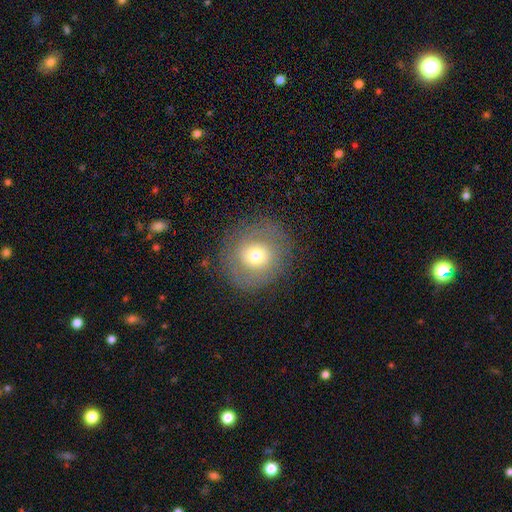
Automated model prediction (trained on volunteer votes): Q: Smooth or featured?
A: smooth (64%); runner-up: featured or disk (24%)
Q: How rounded?
A: round (89%); runner-up: in between (10%)
Q: Merging?
A: none (84%); runner-up: minor disturbance (10%)